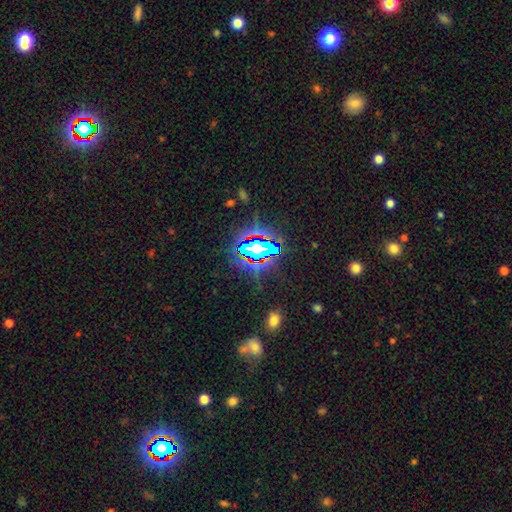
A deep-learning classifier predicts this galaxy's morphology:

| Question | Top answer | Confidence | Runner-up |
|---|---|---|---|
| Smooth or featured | star or artifact | 74% | smooth (13%) |